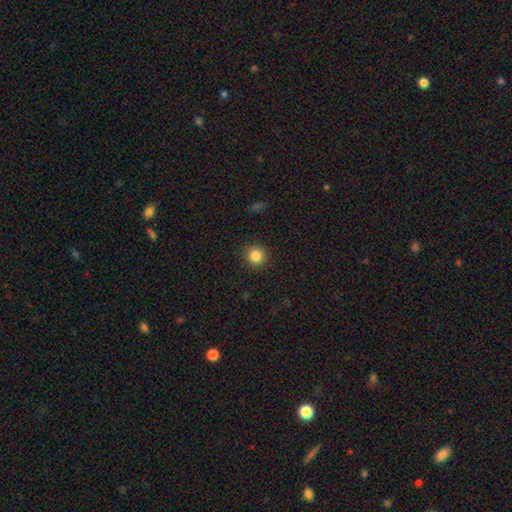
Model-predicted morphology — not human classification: smooth-or-featured: smooth: 85% | star or artifact: 11% | featured or disk: 4%
  how-rounded: round: 93% | in between: 6% | cigar-shaped: 1%
  merging: none: 91% | minor disturbance: 6% | major disturbance: 2% | merger: 1%